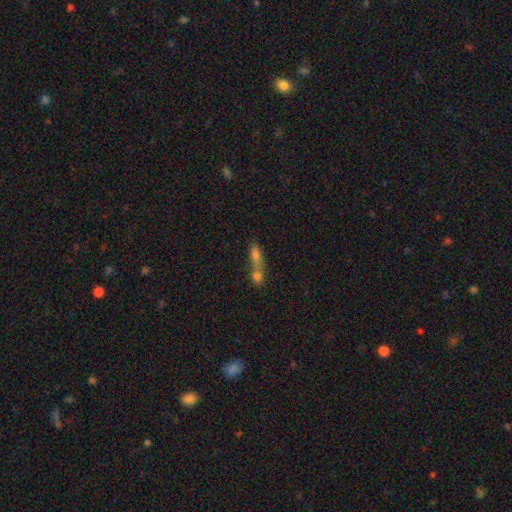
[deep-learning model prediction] Q: Smooth or featured?
A: smooth (64%); runner-up: featured or disk (23%)
Q: How rounded?
A: in between (51%); runner-up: cigar-shaped (31%)
Q: Merging?
A: merger (73%); runner-up: none (16%)